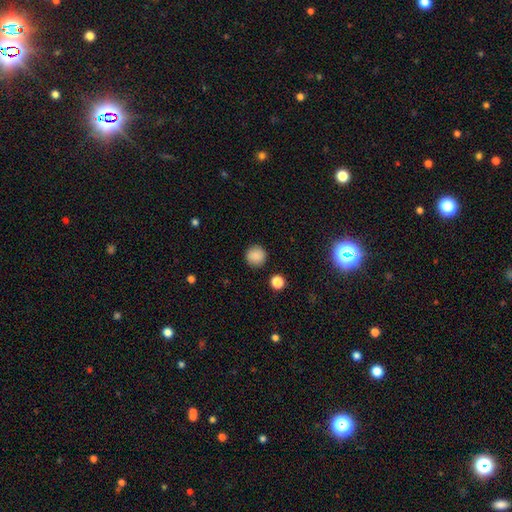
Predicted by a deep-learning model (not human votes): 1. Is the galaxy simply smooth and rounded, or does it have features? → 87% smooth, 9% star or artifact, 4% featured or disk.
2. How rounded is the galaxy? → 95% round, 4% in between, 1% cigar-shaped.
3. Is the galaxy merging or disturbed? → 91% none, 6% minor disturbance, 2% major disturbance, 1% merger.